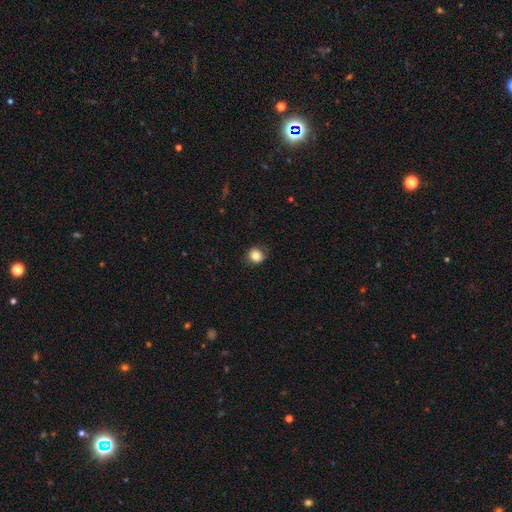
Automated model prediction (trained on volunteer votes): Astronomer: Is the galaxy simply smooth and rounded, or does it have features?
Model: smooth — 83%.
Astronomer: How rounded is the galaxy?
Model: round — 83%.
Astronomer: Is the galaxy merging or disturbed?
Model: none — 79%.